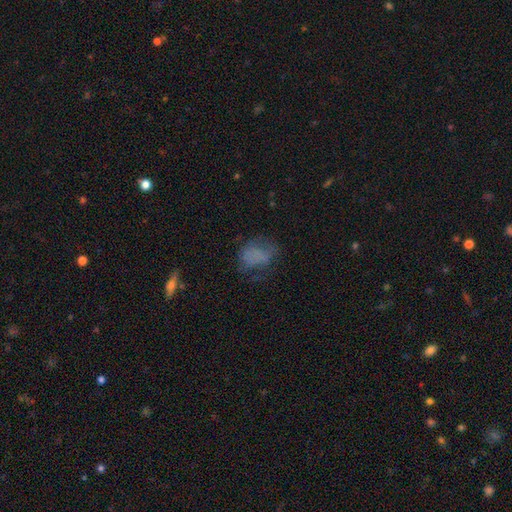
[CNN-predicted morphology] type=smooth (57%); roundness=in between (67%); merging=none (47%).